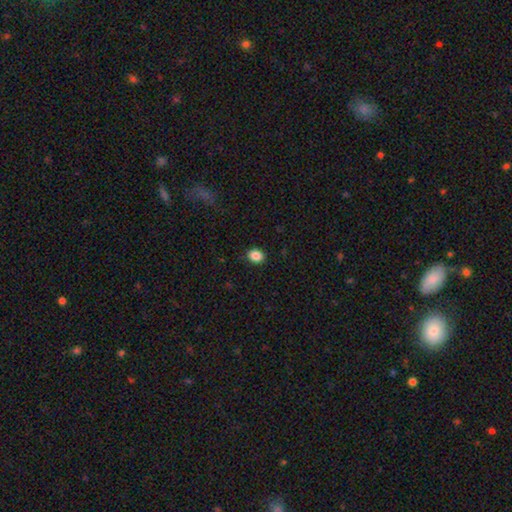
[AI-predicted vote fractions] The model was most divided on "how rounded": round: 51%, in between: 48%, cigar-shaped: 1%. More confident: merging — none (89%); smooth or featured — smooth (87%).